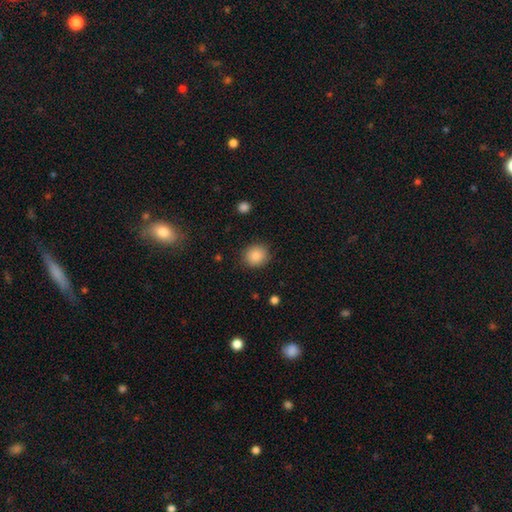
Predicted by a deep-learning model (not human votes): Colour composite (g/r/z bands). It shows a smooth galaxy with no disk features (87%) that is round (83%). Merging: none (87%).